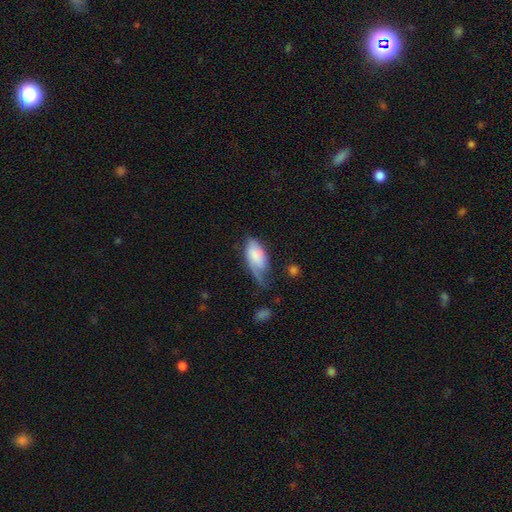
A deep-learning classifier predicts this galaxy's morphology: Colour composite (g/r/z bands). It shows a smooth galaxy with no disk features (71%) that is in between round and cigar-shaped (92%). Merging: minor disturbance (39%).